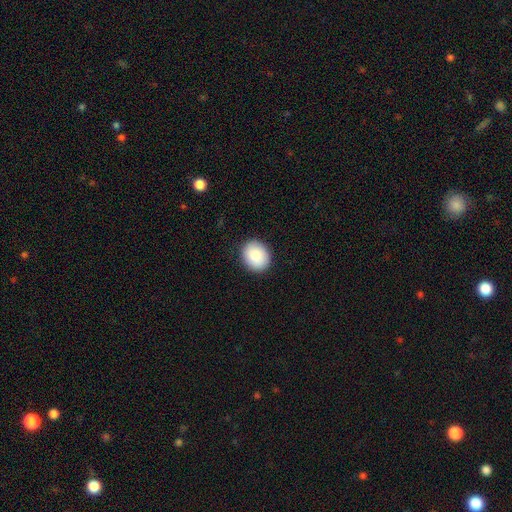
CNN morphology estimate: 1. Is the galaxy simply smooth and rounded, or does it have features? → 87% smooth, 7% star or artifact, 6% featured or disk.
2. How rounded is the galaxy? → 63% round, 36% in between, 1% cigar-shaped.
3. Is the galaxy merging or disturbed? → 89% none, 8% minor disturbance, 2% major disturbance, 1% merger.